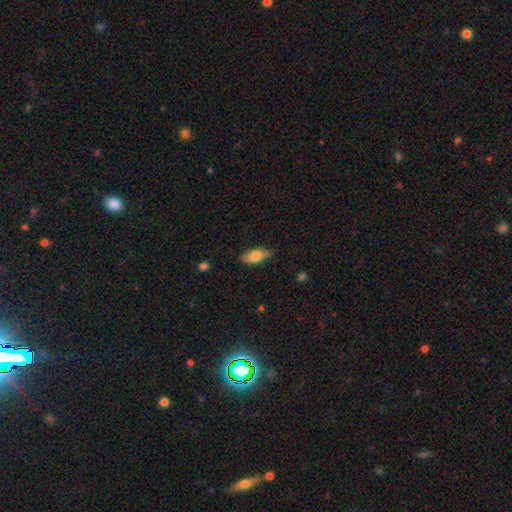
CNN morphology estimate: Smooth or featured: smooth — 73% (featured or disk — 20%)
How rounded: in between — 82% (cigar-shaped — 15%)
Merging: none — 80% (minor disturbance — 16%)